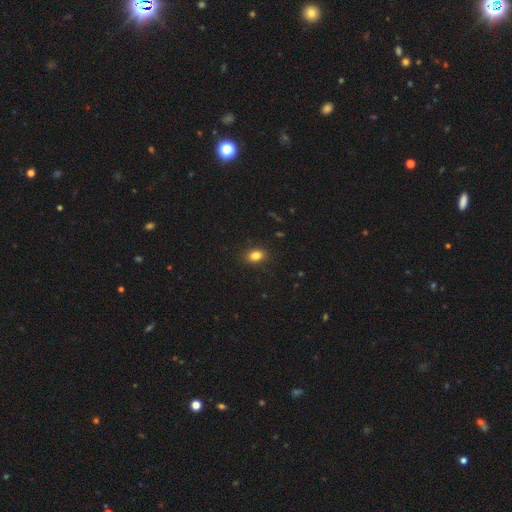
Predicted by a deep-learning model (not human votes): Smooth or featured?
  - smooth: 83% *
  - star or artifact: 11%
  - featured or disk: 7%
How rounded?
  - in between: 72% *
  - round: 27%
  - cigar-shaped: 2%
Merging?
  - none: 88% *
  - minor disturbance: 9%
  - major disturbance: 2%
  - merger: 1%